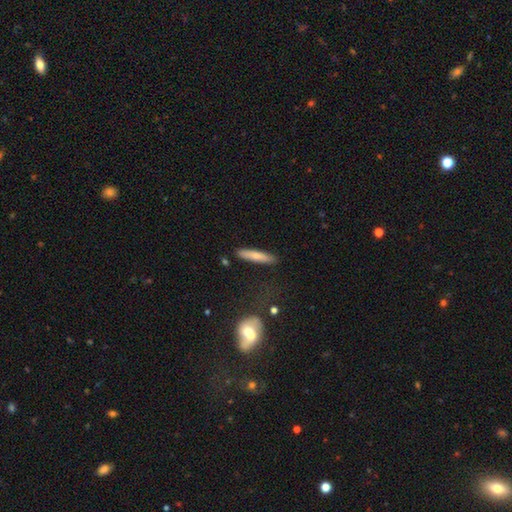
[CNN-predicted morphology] This appears to be a smooth galaxy with no disk features (73%) that is cigar-shaped (86%). Merging: none (87%).